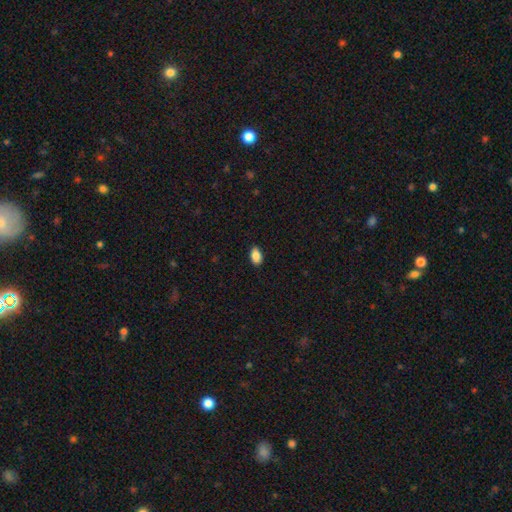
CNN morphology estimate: Overall: smooth (87%). How rounded: in between (90%). Merging: none (88%).